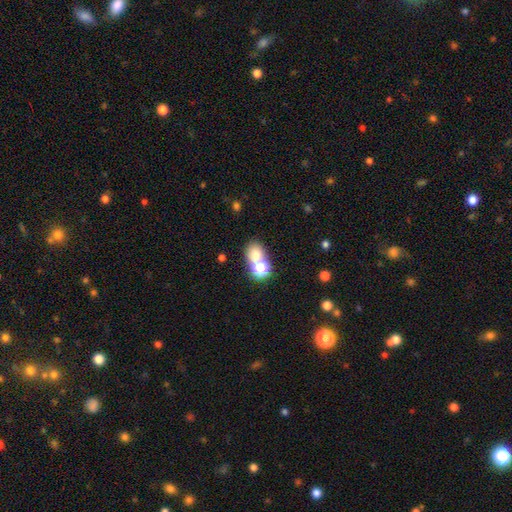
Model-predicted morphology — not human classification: type=smooth (68%); roundness=round (60%); merging=none (46%).